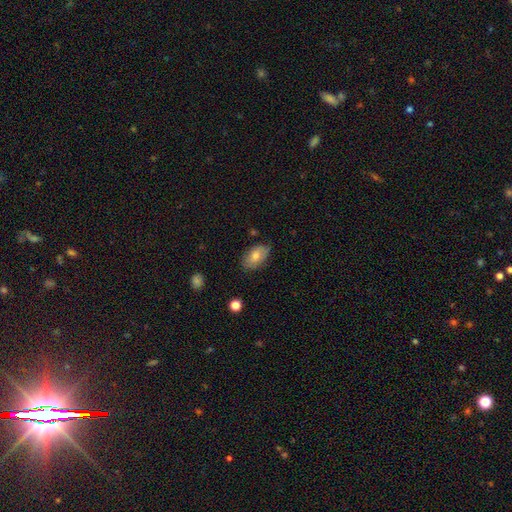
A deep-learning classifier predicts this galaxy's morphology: Overall: smooth (75%). How rounded: in between (92%). Merging: none (76%).